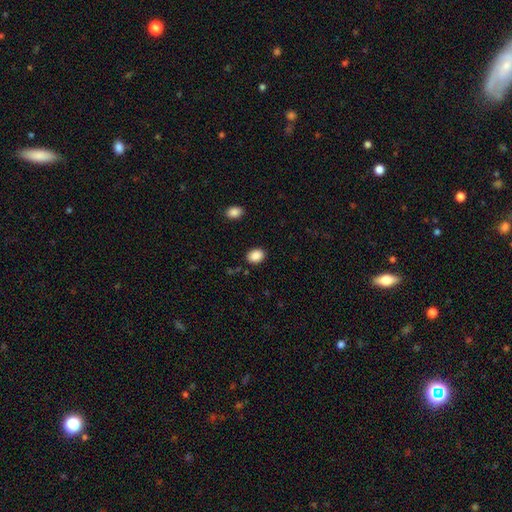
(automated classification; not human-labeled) The model was most divided on "how rounded": in between: 65%, round: 34%, cigar-shaped: 1%. More confident: smooth or featured — smooth (89%); merging — none (87%).